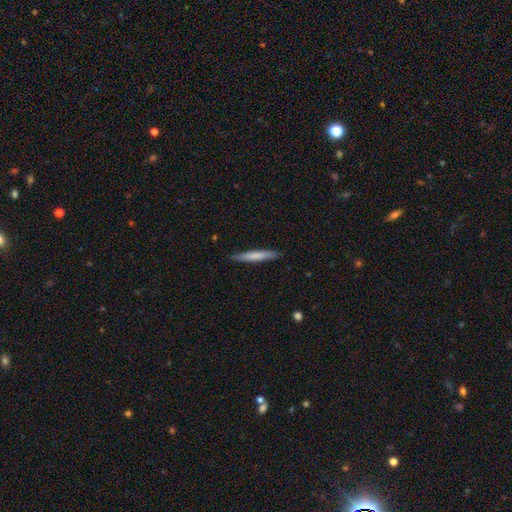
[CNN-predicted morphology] The model was most divided on "smooth or featured": smooth: 72%, featured or disk: 23%, star or artifact: 5%. More confident: how rounded — cigar-shaped (94%); merging — none (89%).